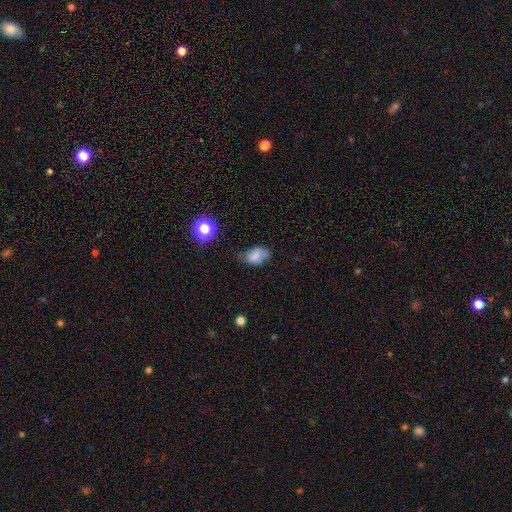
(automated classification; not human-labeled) This is likely a smooth galaxy (72%). How rounded: likely in between (80%). Merging: possibly none (47%).